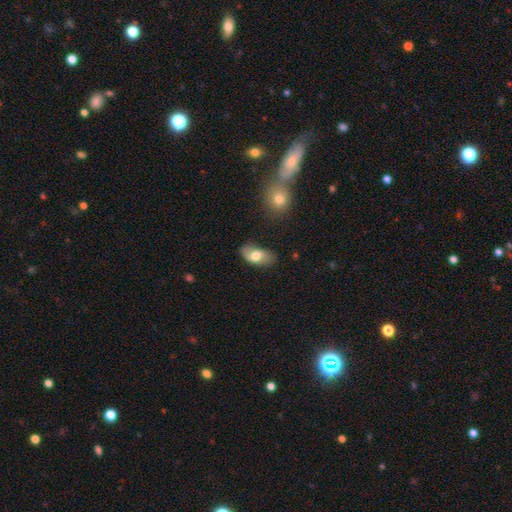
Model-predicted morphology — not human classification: type=smooth (65%); roundness=in between (92%); merging=none (68%).